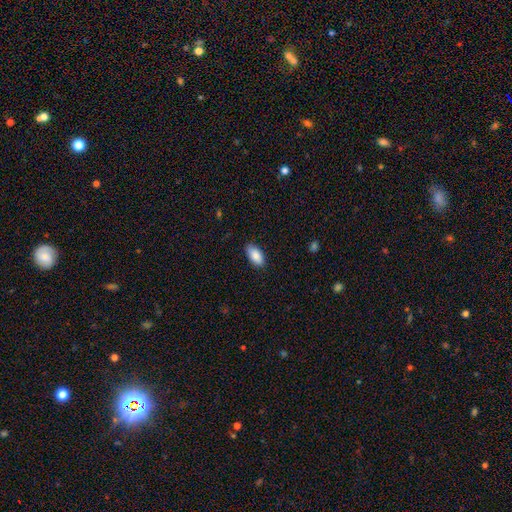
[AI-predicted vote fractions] Smooth or featured? smooth (88%)
How rounded? in between (93%)
Merging? none (85%)